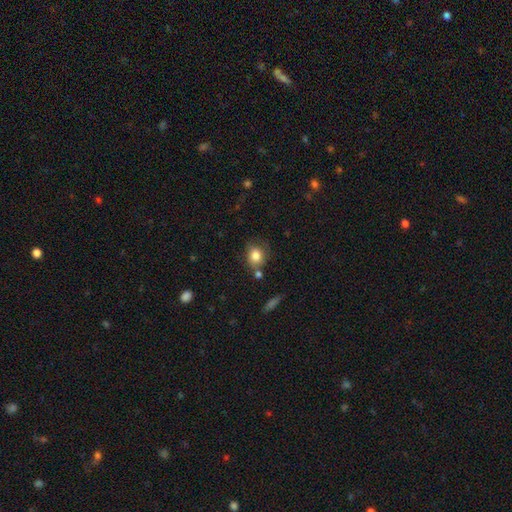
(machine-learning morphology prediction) Q: Smooth or featured?
A: smooth (82%); runner-up: star or artifact (9%)
Q: How rounded?
A: round (63%); runner-up: in between (36%)
Q: Merging?
A: none (66%); runner-up: minor disturbance (19%)